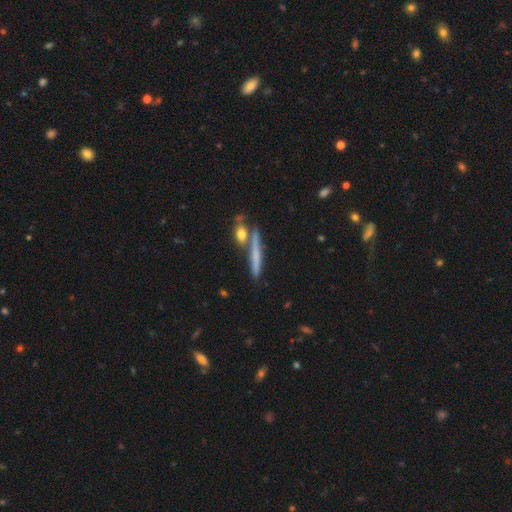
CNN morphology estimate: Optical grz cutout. It shows a smooth galaxy with no disk features (54%) that is cigar-shaped (91%). Merging: none (74%).